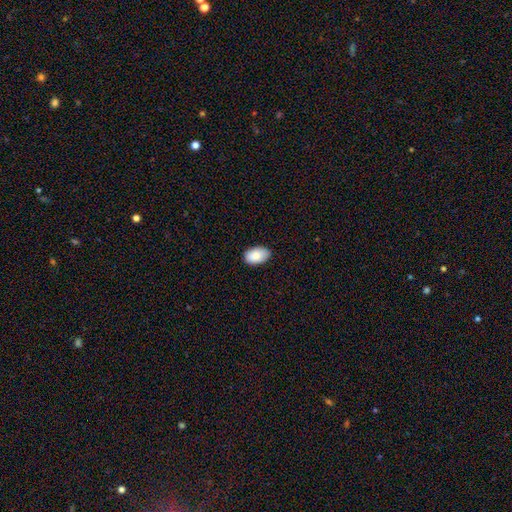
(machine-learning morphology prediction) Smooth or featured: smooth — 87% (star or artifact — 7%)
How rounded: in between — 92% (round — 7%)
Merging: none — 84% (minor disturbance — 13%)